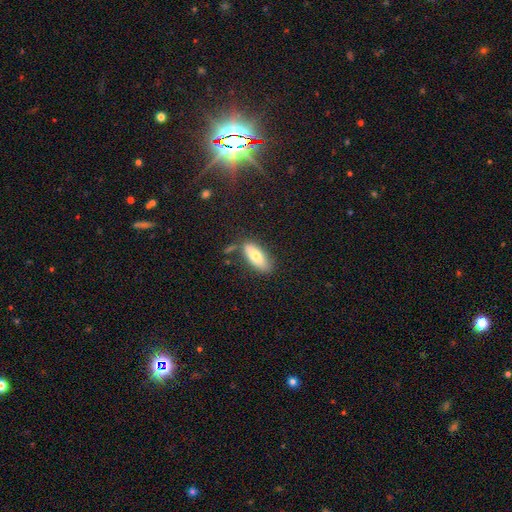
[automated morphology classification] The model was most divided on "smooth or featured": smooth: 74%, featured or disk: 19%, star or artifact: 7%. More confident: how rounded — in between (80%); merging — none (75%).